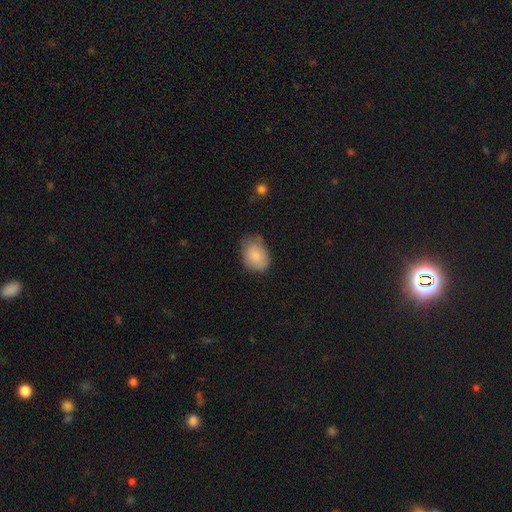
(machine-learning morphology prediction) Smooth or featured? smooth (82%)
How rounded? in between (67%)
Merging? none (60%)